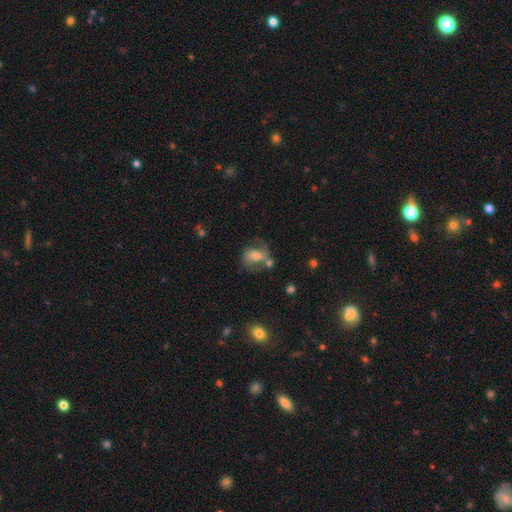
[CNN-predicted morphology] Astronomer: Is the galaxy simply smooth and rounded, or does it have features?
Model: featured or disk — 54% (runner-up: smooth, 36%).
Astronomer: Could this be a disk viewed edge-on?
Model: no — 95%.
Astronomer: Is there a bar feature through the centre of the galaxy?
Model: no — 39% (runner-up: weak, 37%).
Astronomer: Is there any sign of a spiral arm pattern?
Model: yes — 76%.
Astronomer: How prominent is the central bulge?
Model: moderate — 57% (runner-up: small, 34%).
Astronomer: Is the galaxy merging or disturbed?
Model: none — 50%.